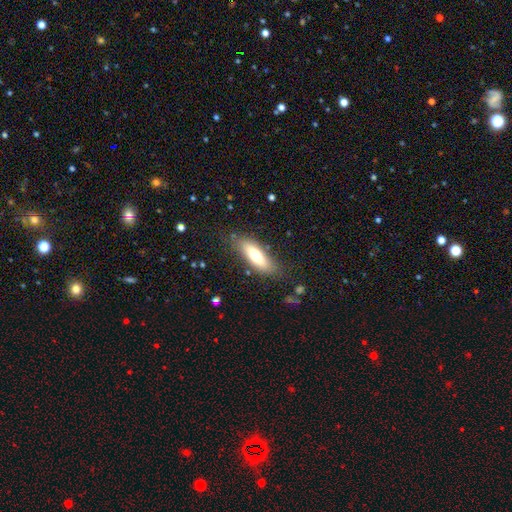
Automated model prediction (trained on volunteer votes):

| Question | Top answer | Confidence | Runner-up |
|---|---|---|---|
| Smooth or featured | smooth | 69% | featured or disk (24%) |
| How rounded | in between | 58% | cigar-shaped (41%) |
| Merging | none | 79% | minor disturbance (14%) |